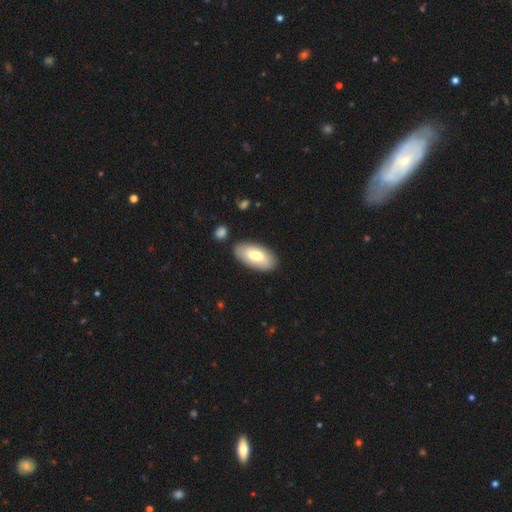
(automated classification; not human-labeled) smooth-or-featured: smooth: 71% | featured or disk: 23% | star or artifact: 6%
  how-rounded: in between: 93% | cigar-shaped: 4% | round: 2%
  merging: none: 84% | minor disturbance: 10% | merger: 3% | major disturbance: 3%